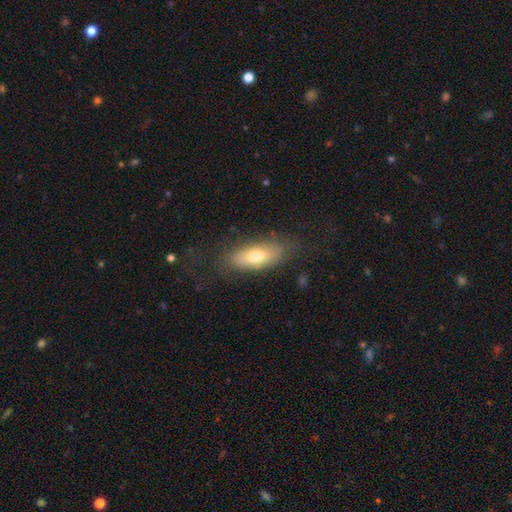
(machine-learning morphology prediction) Smooth or featured? smooth (68%)
How rounded? in between (78%)
Merging? none (74%)